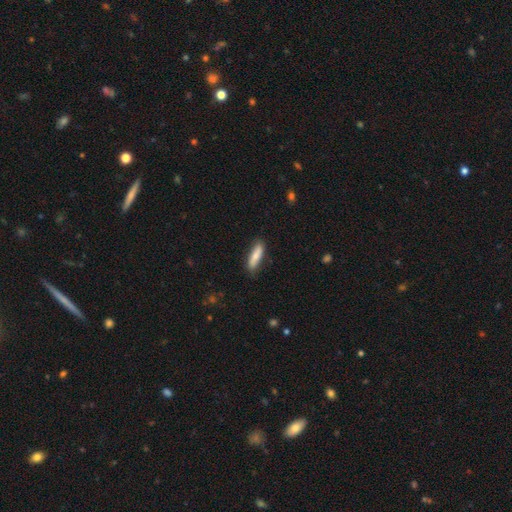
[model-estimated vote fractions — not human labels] The model was most divided on "how rounded": cigar-shaped: 66%, in between: 33%, round: 2%. More confident: merging — none (80%); smooth or featured — smooth (78%).